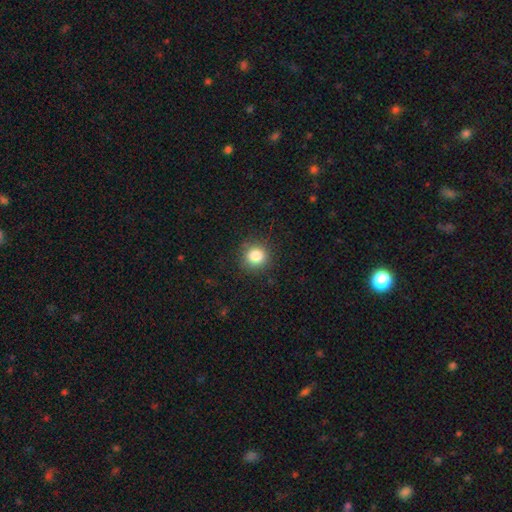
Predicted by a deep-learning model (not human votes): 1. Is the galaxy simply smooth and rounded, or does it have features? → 84% smooth, 11% star or artifact, 5% featured or disk.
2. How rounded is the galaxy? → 92% round, 7% in between, 1% cigar-shaped.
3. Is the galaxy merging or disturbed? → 88% none, 8% minor disturbance, 3% major disturbance, 1% merger.